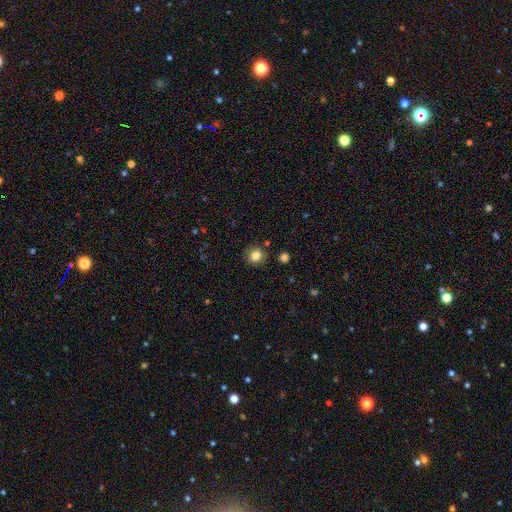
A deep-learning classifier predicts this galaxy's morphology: Smooth or featured? smooth (82%)
How rounded? round (88%)
Merging? none (87%)